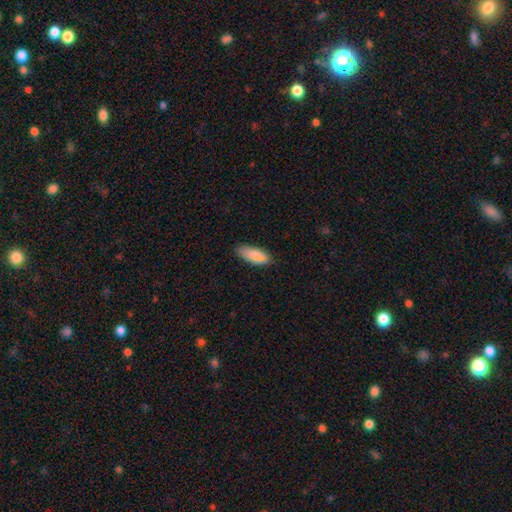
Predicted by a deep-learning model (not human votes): smooth 86%, featured or disk 8%, star or artifact 6%. Down the decision tree: how rounded — in between (79%); merging — none (76%).